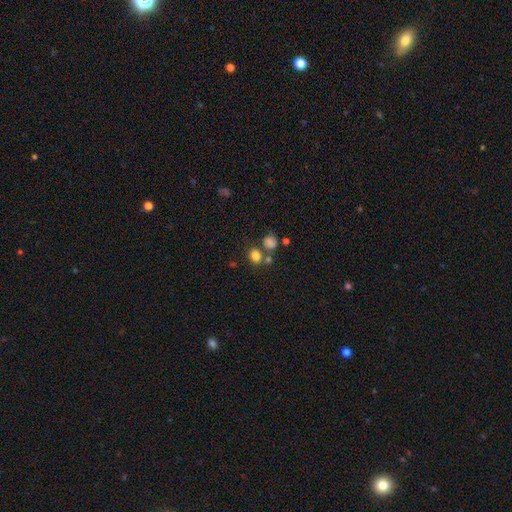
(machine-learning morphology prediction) A smooth galaxy with no disk features (79%) that is round (69%).

Vote fractions:
- Smooth or featured? smooth: 79% / star or artifact: 14% / featured or disk: 7%
- How rounded? round: 69% / in between: 30% / cigar-shaped: 1%
- Merging? none: 61% / merger: 24% / minor disturbance: 10% / major disturbance: 5%